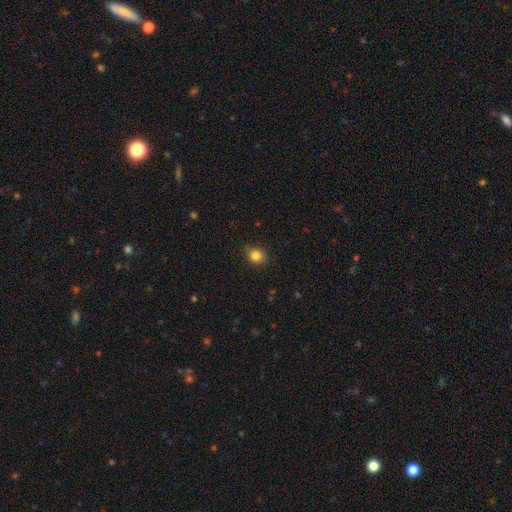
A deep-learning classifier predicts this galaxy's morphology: Smooth or featured?
  - smooth: 84% *
  - star or artifact: 11%
  - featured or disk: 5%
How rounded?
  - round: 69% *
  - in between: 30%
  - cigar-shaped: 1%
Merging?
  - none: 83% *
  - minor disturbance: 13%
  - major disturbance: 3%
  - merger: 1%